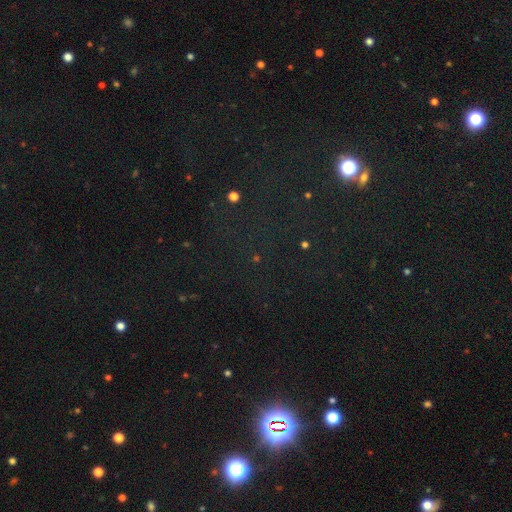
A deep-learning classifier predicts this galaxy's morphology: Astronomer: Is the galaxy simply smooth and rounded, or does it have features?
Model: star or artifact — 74%.